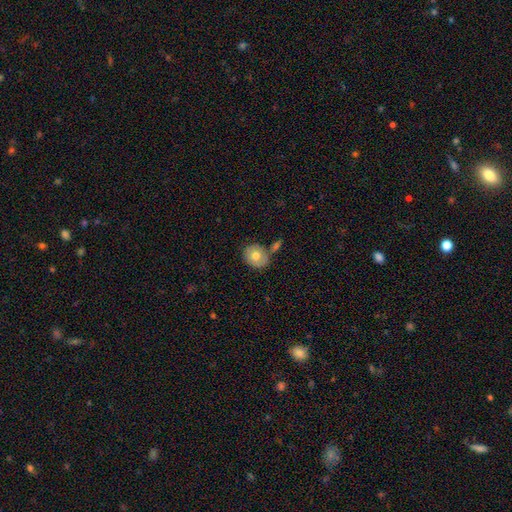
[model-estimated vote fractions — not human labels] Overall: smooth (73%). How rounded: round (59%; in between 40%). Merging: none (65%).